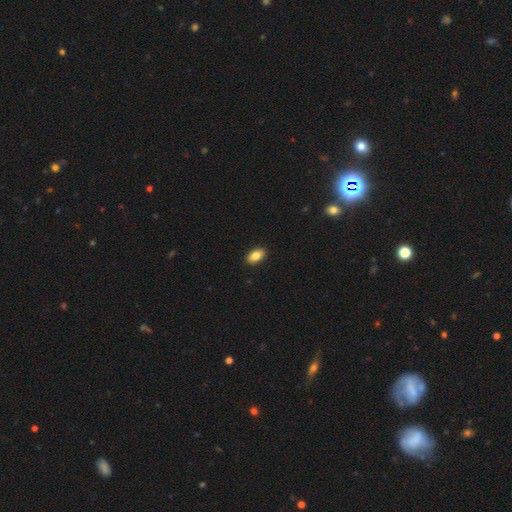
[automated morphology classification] This appears to be a smooth galaxy with no disk features (84%) that is in between round and cigar-shaped (91%). Merging: none (91%).